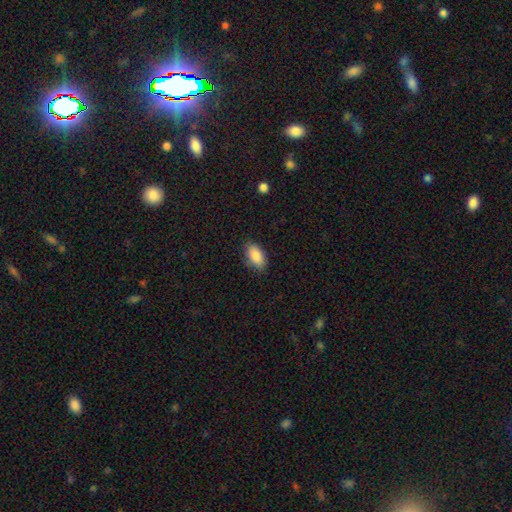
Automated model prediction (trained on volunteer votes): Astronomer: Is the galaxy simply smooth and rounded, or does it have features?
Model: smooth — 89%.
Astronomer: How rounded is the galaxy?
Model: in between — 93%.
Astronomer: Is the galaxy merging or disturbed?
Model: none — 82%.